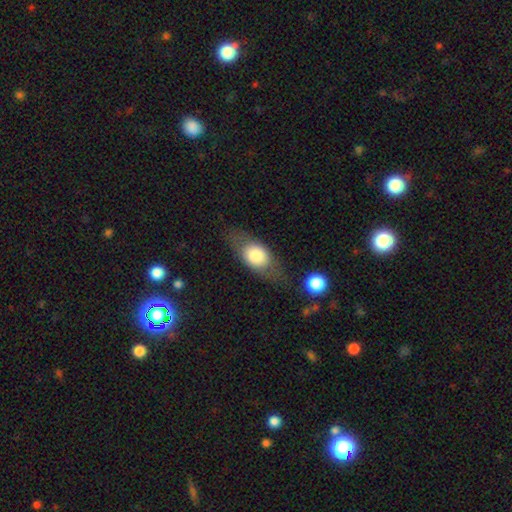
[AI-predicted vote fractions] Smooth or featured: smooth — 67% (featured or disk — 26%)
How rounded: in between — 73% (round — 18%)
Merging: none — 68% (minor disturbance — 17%)